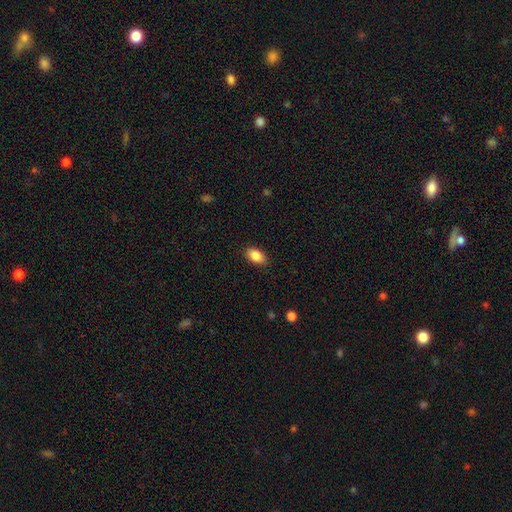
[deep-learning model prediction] Overall: smooth (86%). How rounded: in between (91%). Merging: none (88%).